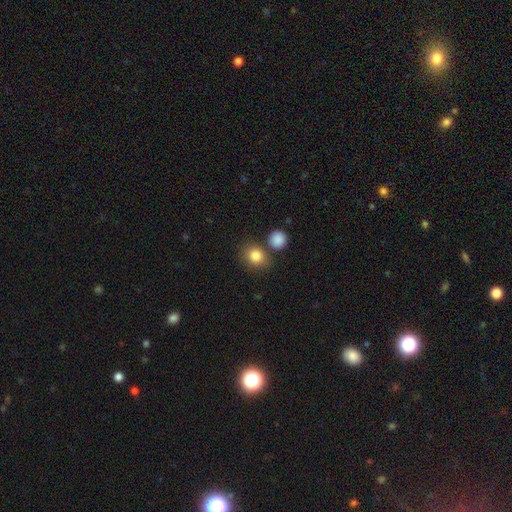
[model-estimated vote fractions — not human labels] Morphology: type=smooth (84%); roundness=round (68%); merging=none (70%).